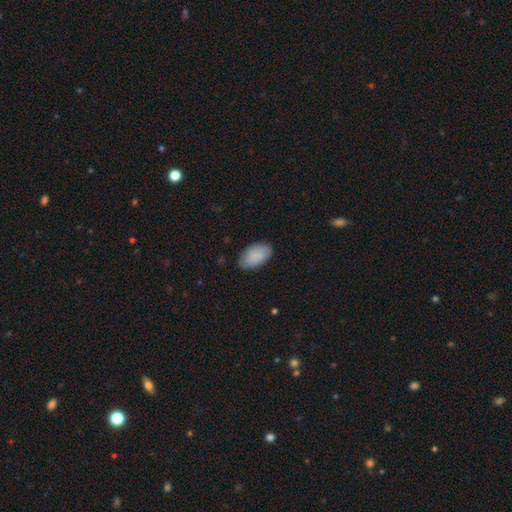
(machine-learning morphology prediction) Smooth or featured?
  - smooth: 87% *
  - featured or disk: 7%
  - star or artifact: 6%
How rounded?
  - in between: 95% *
  - round: 3%
  - cigar-shaped: 2%
Merging?
  - none: 80% *
  - minor disturbance: 16%
  - major disturbance: 3%
  - merger: 1%